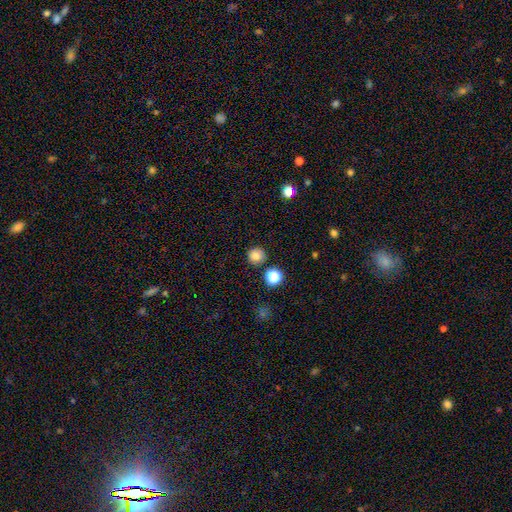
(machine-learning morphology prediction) Smooth or featured?
  - smooth: 82% *
  - star or artifact: 13%
  - featured or disk: 5%
How rounded?
  - round: 93% *
  - in between: 6%
  - cigar-shaped: 1%
Merging?
  - none: 85% *
  - minor disturbance: 8%
  - merger: 4%
  - major disturbance: 2%